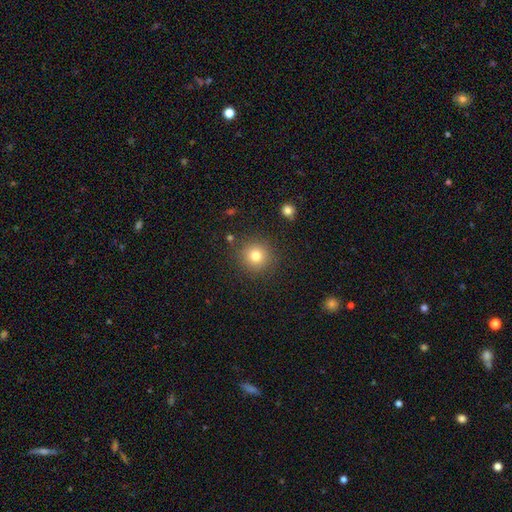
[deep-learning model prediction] Q: Smooth or featured?
A: smooth (79%); runner-up: star or artifact (13%)
Q: How rounded?
A: round (94%); runner-up: in between (5%)
Q: Merging?
A: none (88%); runner-up: minor disturbance (7%)